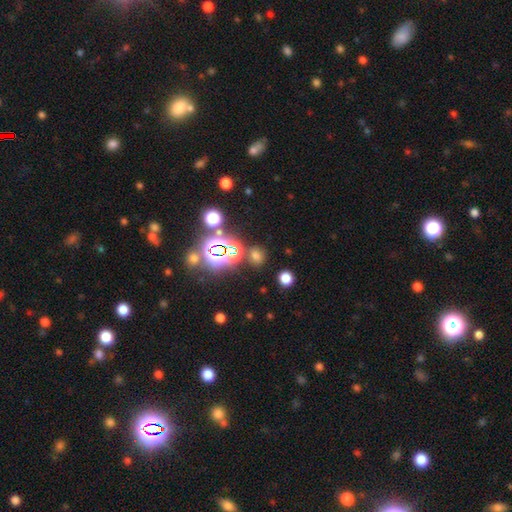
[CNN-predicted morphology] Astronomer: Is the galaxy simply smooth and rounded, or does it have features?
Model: smooth — 57% (runner-up: star or artifact, 36%).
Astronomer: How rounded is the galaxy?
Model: round — 67%.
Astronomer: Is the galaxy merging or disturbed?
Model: none — 80%.